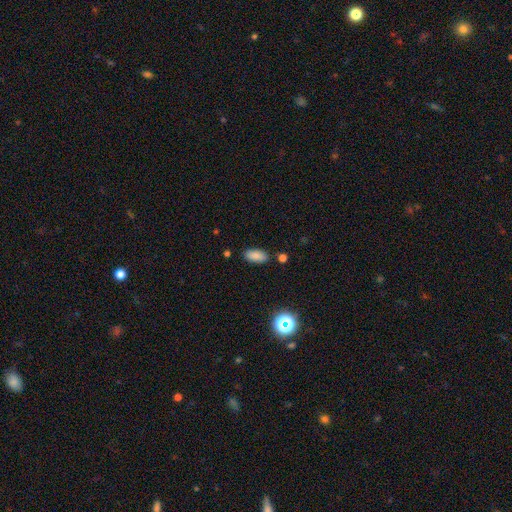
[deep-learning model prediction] Overall: smooth (85%). How rounded: in between (90%). Merging: none (84%).